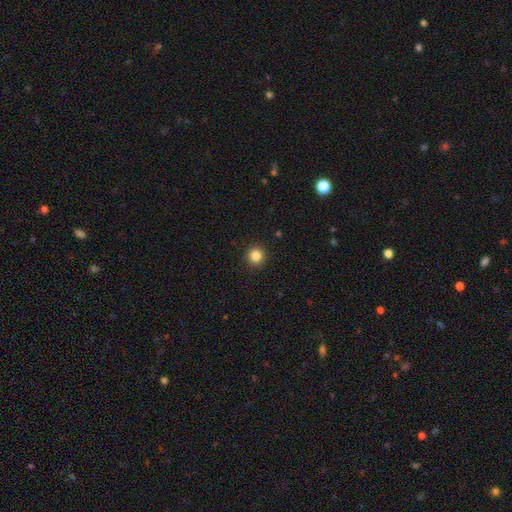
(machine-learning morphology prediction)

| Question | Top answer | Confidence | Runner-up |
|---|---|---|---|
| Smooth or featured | smooth | 85% | star or artifact (11%) |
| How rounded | round | 94% | in between (5%) |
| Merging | none | 92% | minor disturbance (5%) |